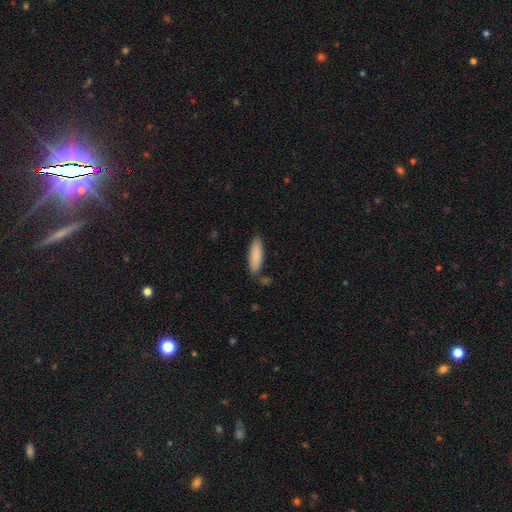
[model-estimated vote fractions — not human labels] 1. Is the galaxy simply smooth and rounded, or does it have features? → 87% smooth, 7% featured or disk, 6% star or artifact.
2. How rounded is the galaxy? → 50% in between, 48% cigar-shaped, 1% round.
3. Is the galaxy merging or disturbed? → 79% none, 14% minor disturbance, 5% merger, 3% major disturbance.